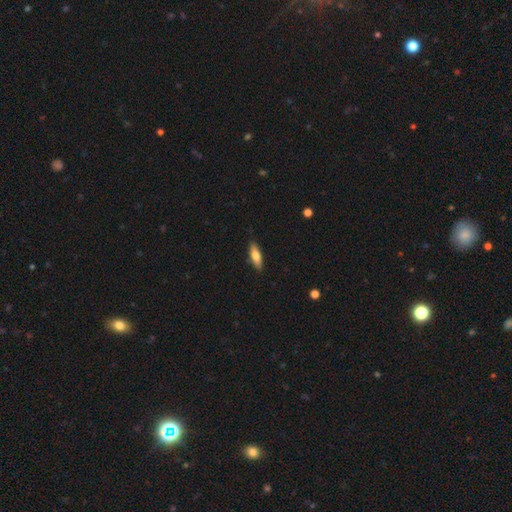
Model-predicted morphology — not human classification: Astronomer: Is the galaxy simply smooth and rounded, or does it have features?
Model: smooth — 75%.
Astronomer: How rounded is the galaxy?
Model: in between — 54% (runner-up: cigar-shaped, 43%).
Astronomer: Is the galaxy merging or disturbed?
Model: none — 86%.